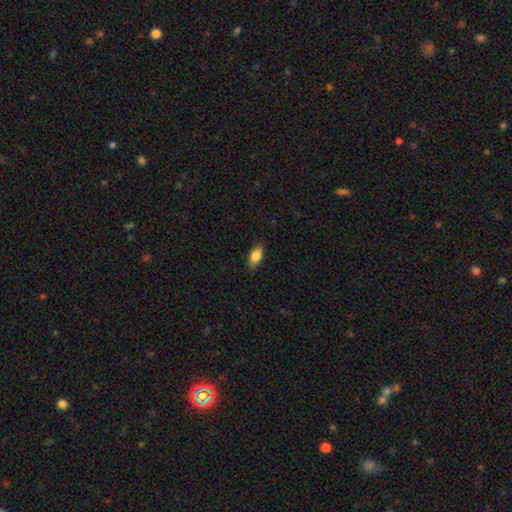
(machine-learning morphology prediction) smooth-or-featured: smooth: 83% | featured or disk: 11% | star or artifact: 7%
  how-rounded: in between: 85% | cigar-shaped: 11% | round: 3%
  merging: none: 84% | minor disturbance: 13% | major disturbance: 2% | merger: 1%